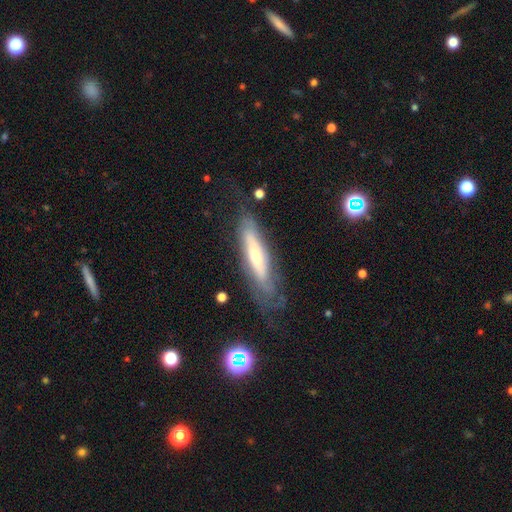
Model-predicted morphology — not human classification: A featured or disk galaxy (66%) viewed edge-on (60%). Merging: none (70%).